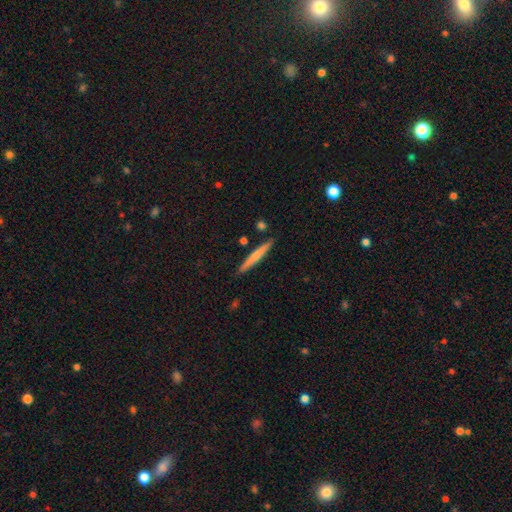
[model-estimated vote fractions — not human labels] The model was most divided on "smooth or featured": smooth: 60%, featured or disk: 34%, star or artifact: 5%. More confident: how rounded — cigar-shaped (96%); merging — none (88%).